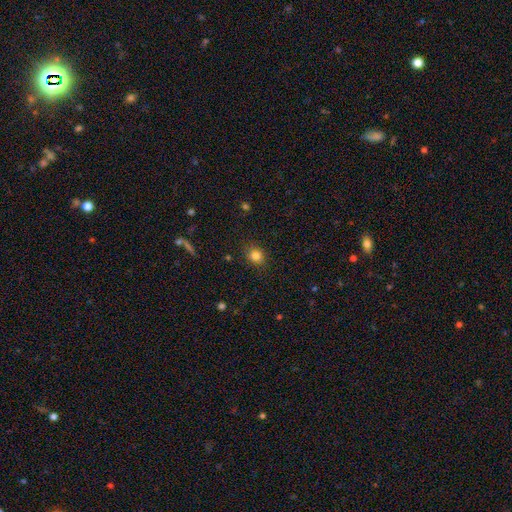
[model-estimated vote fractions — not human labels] This is clearly a smooth galaxy (82%). How rounded: likely round (73%). Merging: clearly none (87%).